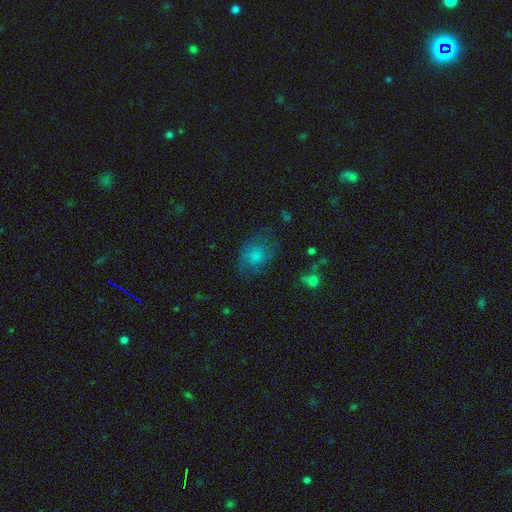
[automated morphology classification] Smooth or featured: smooth — 55% (featured or disk — 26%)
How rounded: in between — 53% (round — 46%)
Merging: none — 63% (minor disturbance — 22%)